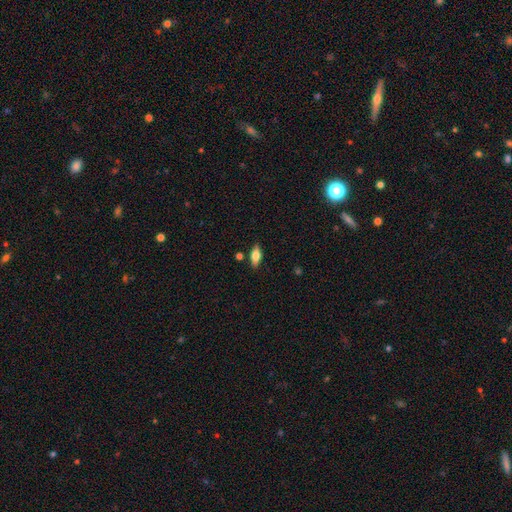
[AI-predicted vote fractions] This is likely a smooth galaxy (70%). How rounded: clearly in between (82%). Merging: clearly none (84%).